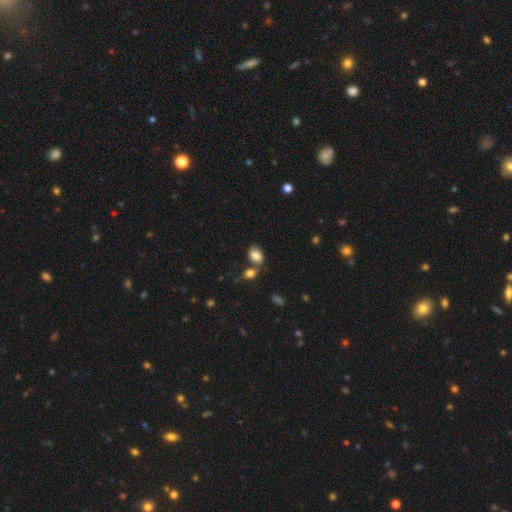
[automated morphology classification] Smooth or featured? smooth (84%)
How rounded? in between (80%)
Merging? none (51%)